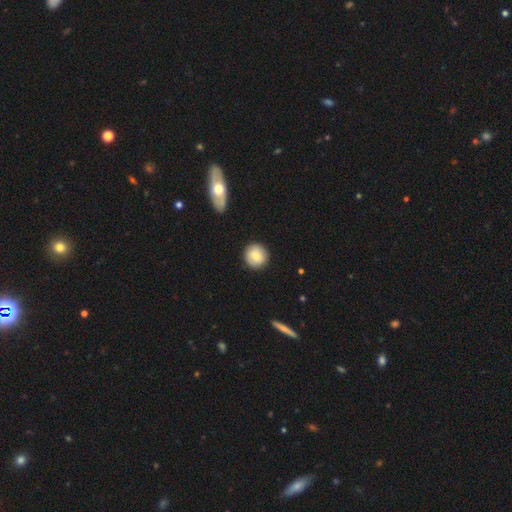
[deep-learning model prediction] This appears to be a smooth galaxy with no disk features (80%) that is round (93%). Merging: none (89%).